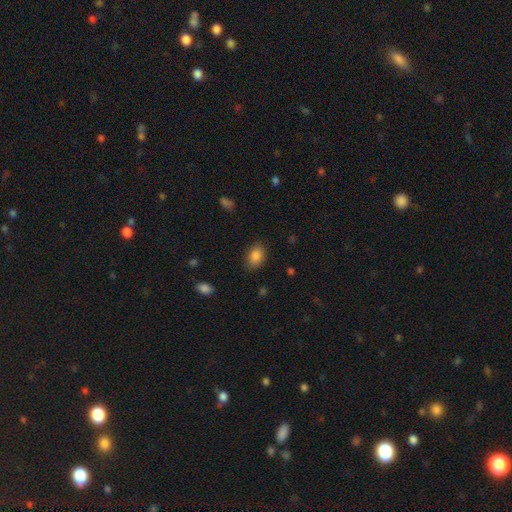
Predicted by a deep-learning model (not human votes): This is clearly a smooth galaxy (86%). How rounded: clearly in between (83%). Merging: clearly none (83%).